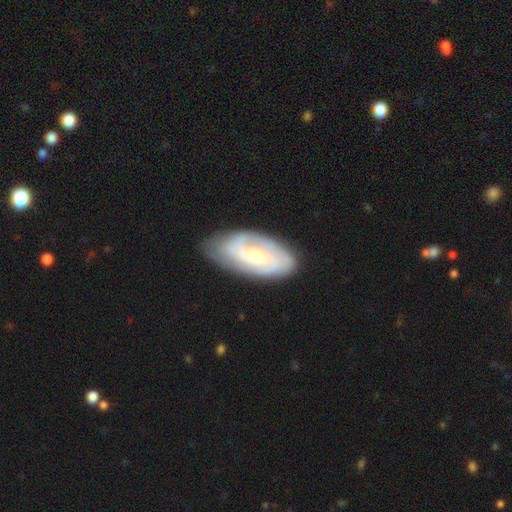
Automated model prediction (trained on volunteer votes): This appears to be a featured or disk galaxy (72%) with no bar (58%), 2 (39%) tight (61%) spiral arms (90%) and a small central bulge (58%). Merging: none (74%).